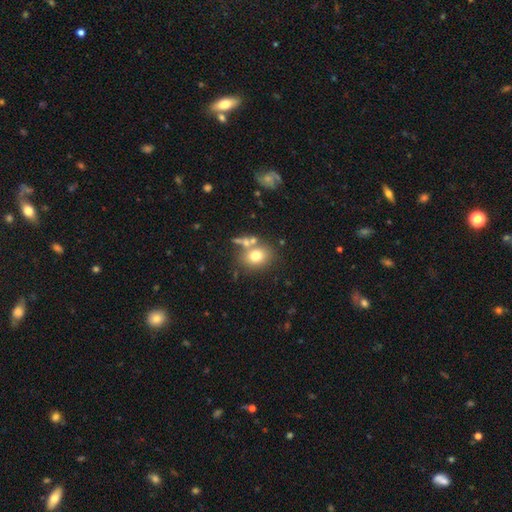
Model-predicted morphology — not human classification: Smooth or featured: smooth — 73% (featured or disk — 15%)
How rounded: round — 58% (in between — 41%)
Merging: none — 60% (merger — 22%)